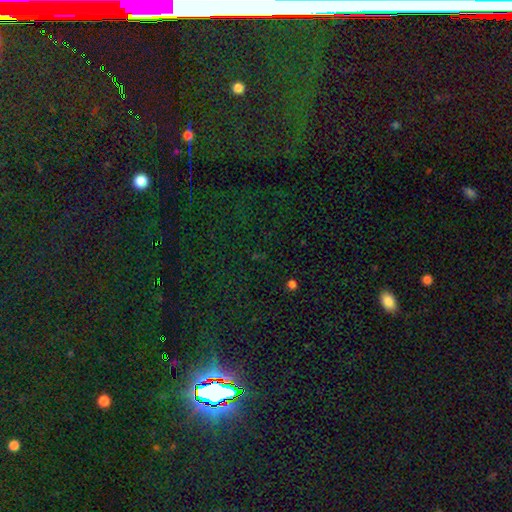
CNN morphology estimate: Q: Smooth or featured?
A: star or artifact (83%); runner-up: smooth (10%)